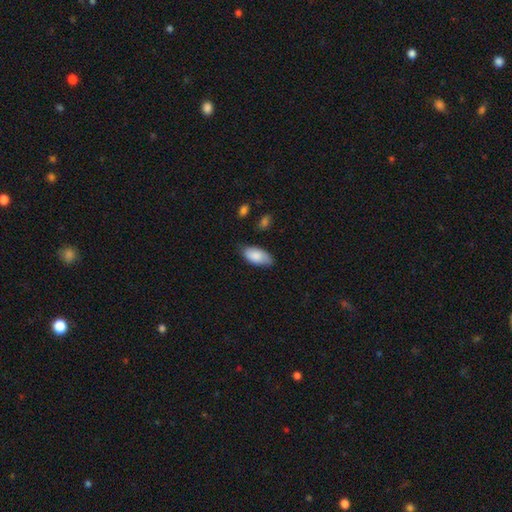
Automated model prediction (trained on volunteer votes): A smooth galaxy with no disk features (85%) that is in between round and cigar-shaped (93%).

Vote fractions:
- Smooth or featured? smooth: 85% / featured or disk: 9% / star or artifact: 6%
- How rounded? in between: 93% / cigar-shaped: 5% / round: 2%
- Merging? none: 71% / minor disturbance: 24% / major disturbance: 4% / merger: 2%